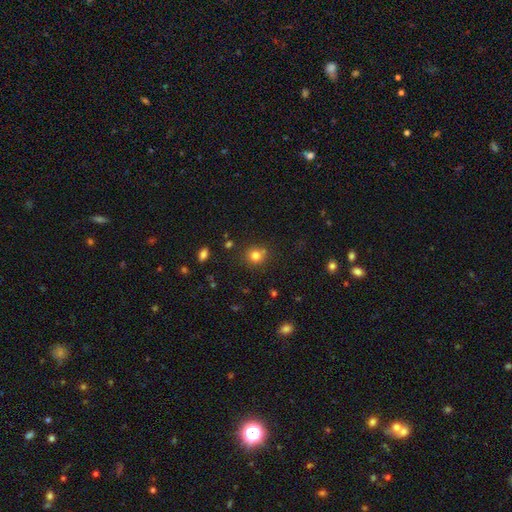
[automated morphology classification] A smooth galaxy with no disk features (78%) that is round (86%). Merging: none (71%).